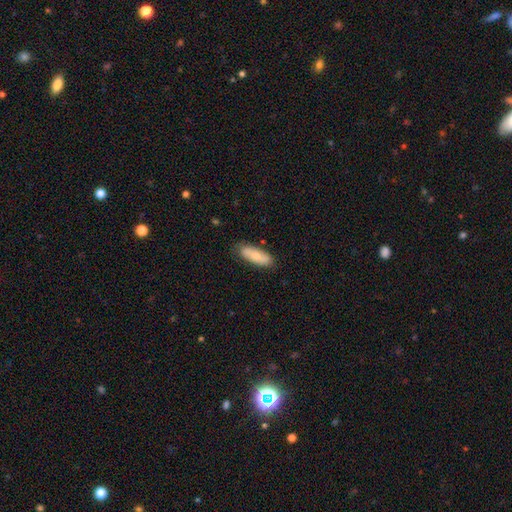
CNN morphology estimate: Smooth or featured? Predicted: smooth (p=0.75). How rounded? Predicted: in between (p=0.62). Merging? Predicted: none (p=0.82).